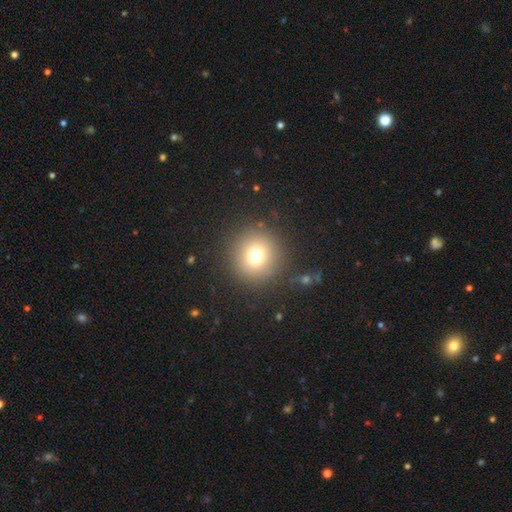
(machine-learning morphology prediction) A smooth galaxy with no disk features (73%) that is round (96%).

Vote fractions:
- Smooth or featured? smooth: 73% / star or artifact: 16% / featured or disk: 11%
- How rounded? round: 96% / in between: 4% / cigar-shaped: 1%
- Merging? none: 89% / minor disturbance: 6% / major disturbance: 3% / merger: 2%